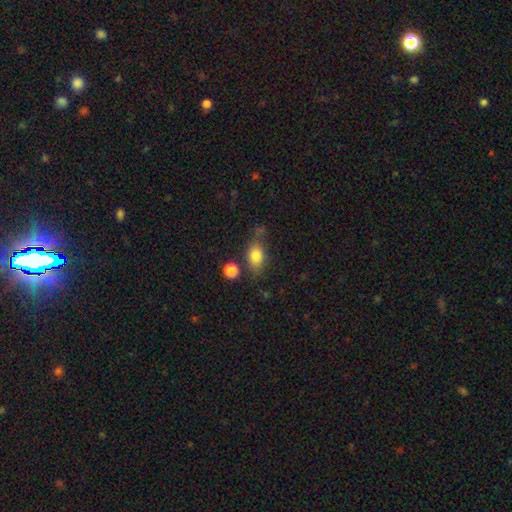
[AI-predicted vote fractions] Smooth or featured?
  - smooth: 81% *
  - featured or disk: 10%
  - star or artifact: 9%
How rounded?
  - in between: 78% *
  - round: 19%
  - cigar-shaped: 3%
Merging?
  - none: 66% *
  - minor disturbance: 19%
  - merger: 9%
  - major disturbance: 6%